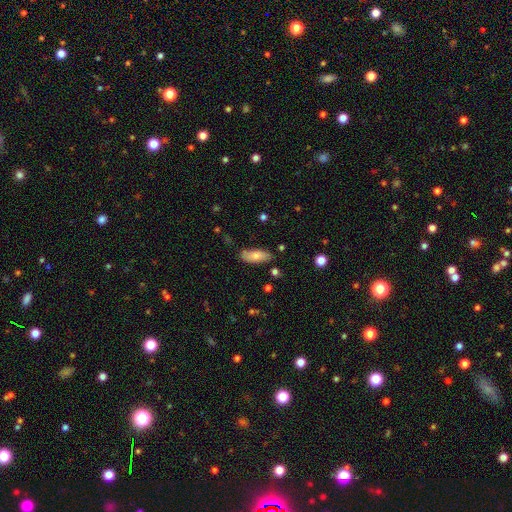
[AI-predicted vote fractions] The model was most divided on "how rounded": in between: 75%, cigar-shaped: 23%, round: 2%. More confident: merging — none (80%); smooth or featured — smooth (76%).